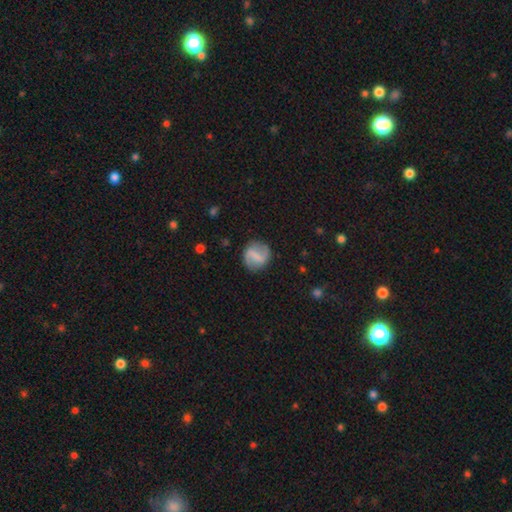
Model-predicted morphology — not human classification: A featured or disk galaxy (60%) with a strong bar (56%), spiral arms (77%) and no central bulge (54%).

Vote fractions:
- Smooth or featured? featured or disk: 60% / smooth: 33% / star or artifact: 7%
- Edge-on disk? no: 97% / yes: 3%
- Bar? strong: 56% / weak: 32% / no: 12%
- Spiral arms? yes: 77% / no: 23%
- Bulge size? none: 54% / small: 28% / moderate: 14% / large: 3% / dominant: 1%
- Merging? none: 81% / minor disturbance: 12% / major disturbance: 5% / merger: 1%